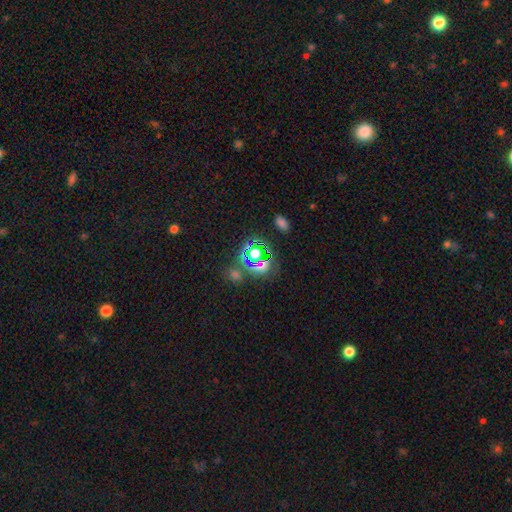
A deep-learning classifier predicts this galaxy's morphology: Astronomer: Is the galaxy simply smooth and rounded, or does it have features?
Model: star or artifact — 58%.